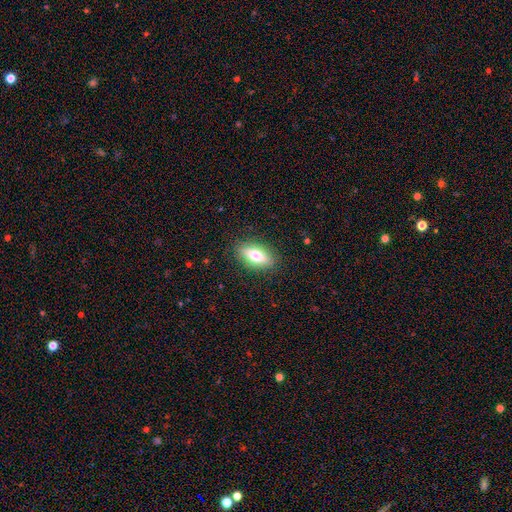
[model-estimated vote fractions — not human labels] This is likely a smooth galaxy (64%). How rounded: likely in between (73%). Merging: clearly none (87%).